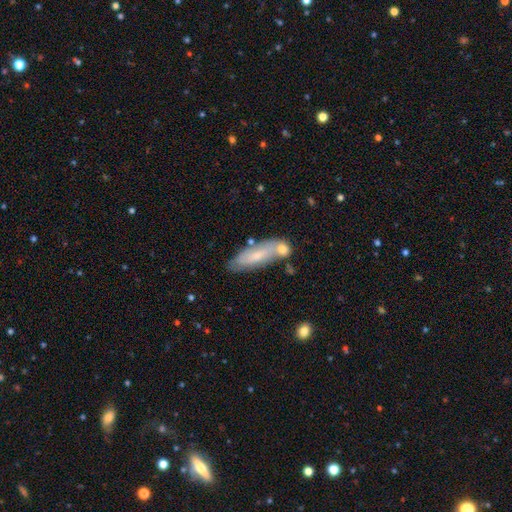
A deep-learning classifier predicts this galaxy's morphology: The model was most divided on "how rounded": in between: 51%, cigar-shaped: 47%, round: 2%. More confident: smooth or featured — smooth (63%); merging — none (52%).